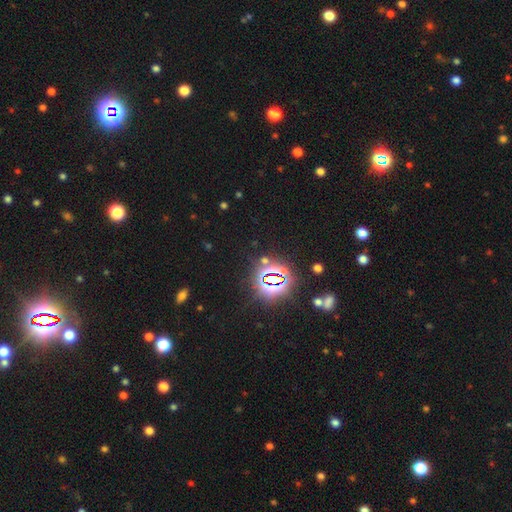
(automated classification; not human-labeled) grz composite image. It shows a star or artifact, not a galaxy (83%).